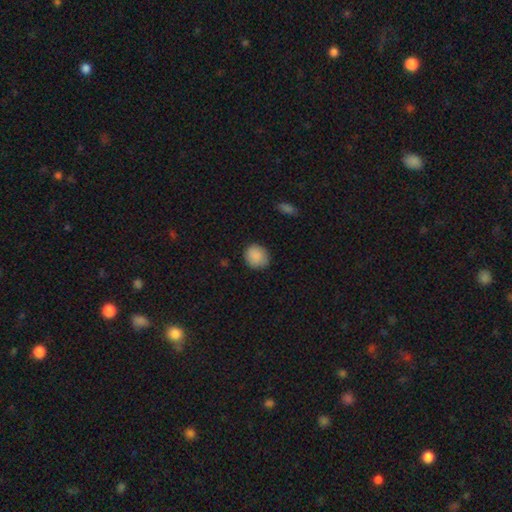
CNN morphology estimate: This appears to be a smooth galaxy with no disk features (89%) that is round (80%). Merging: none (84%).